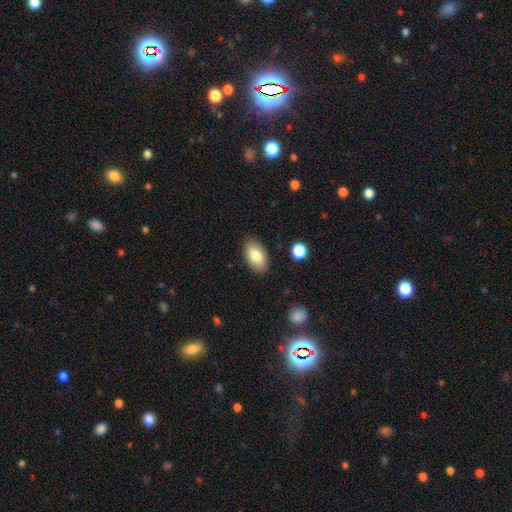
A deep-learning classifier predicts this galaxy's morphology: type=smooth (82%); roundness=in between (94%); merging=none (87%).